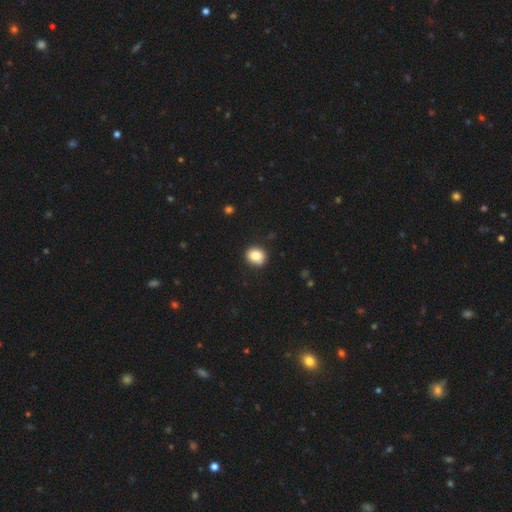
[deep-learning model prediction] Morphology: type=smooth (84%); roundness=round (73%); merging=none (85%).